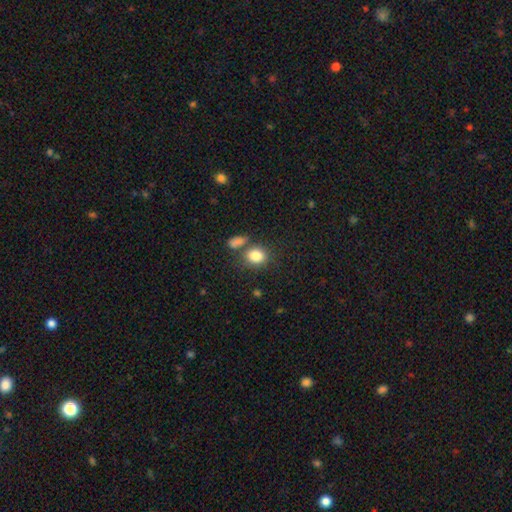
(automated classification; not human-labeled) Smooth or featured: smooth — 83% (star or artifact — 10%)
How rounded: round — 53% (in between — 46%)
Merging: none — 63% (merger — 20%)